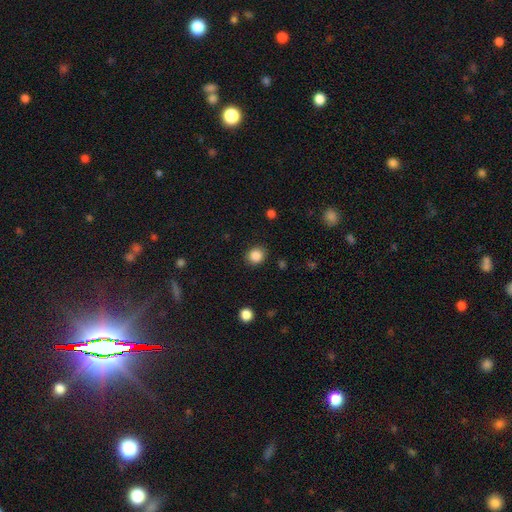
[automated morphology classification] smooth-or-featured: smooth: 86% | star or artifact: 10% | featured or disk: 3%
  how-rounded: round: 82% | in between: 17% | cigar-shaped: 1%
  merging: none: 89% | minor disturbance: 8% | major disturbance: 2% | merger: 1%